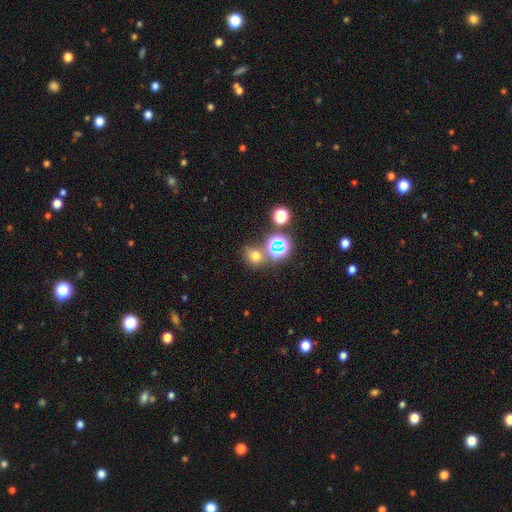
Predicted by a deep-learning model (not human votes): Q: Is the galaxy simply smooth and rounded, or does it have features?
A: smooth — 62%.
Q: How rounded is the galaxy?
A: round — 67%.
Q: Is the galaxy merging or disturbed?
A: none — 66%.